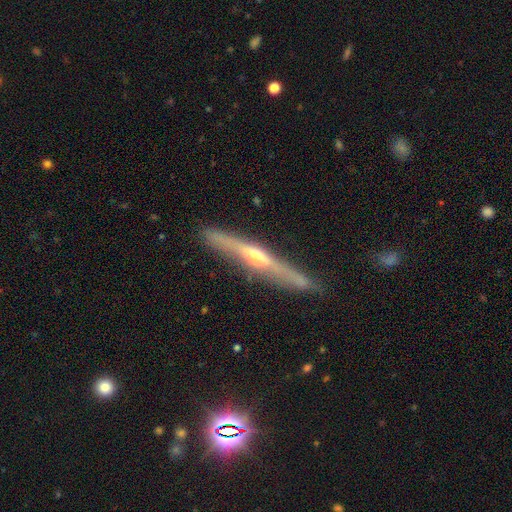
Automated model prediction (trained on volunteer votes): Q: Smooth or featured?
A: featured or disk (72%); runner-up: smooth (22%)
Q: Edge-on disk?
A: yes (95%); runner-up: no (5%)
Q: Edge-on bulge?
A: rounded (76%); runner-up: none (16%)
Q: Merging?
A: none (83%); runner-up: minor disturbance (12%)